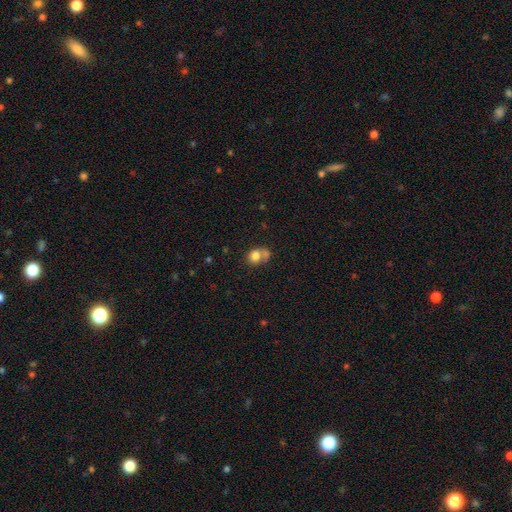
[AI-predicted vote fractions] Q: Smooth or featured?
A: smooth (77%); runner-up: featured or disk (13%)
Q: How rounded?
A: round (59%); runner-up: in between (40%)
Q: Merging?
A: merger (44%); runner-up: none (33%)